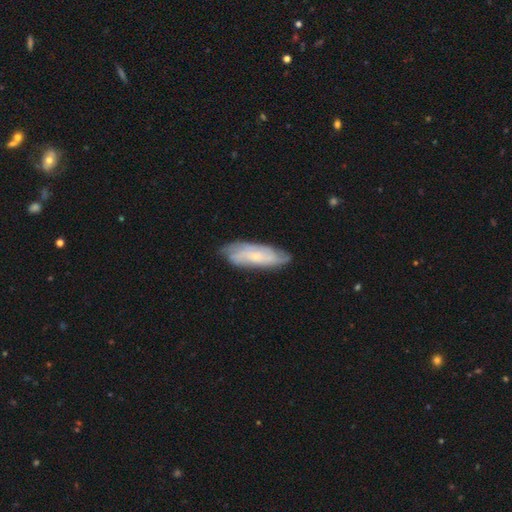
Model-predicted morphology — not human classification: featured or disk 62%, smooth 31%, star or artifact 7%. Down the decision tree: edge-on disk — no (81%); bar — no (69%); spiral arms — yes (88%); bulge size — small (68%); merging — none (76%).